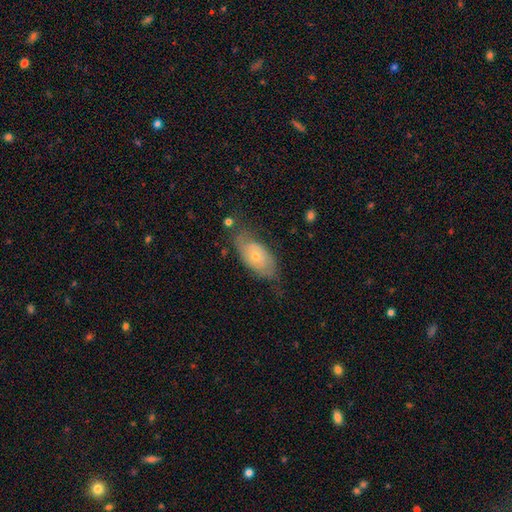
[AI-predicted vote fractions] A featured or disk galaxy (64%) with no bar (81%), spiral arms (75%) and a small central bulge (60%). Merging: none (61%).